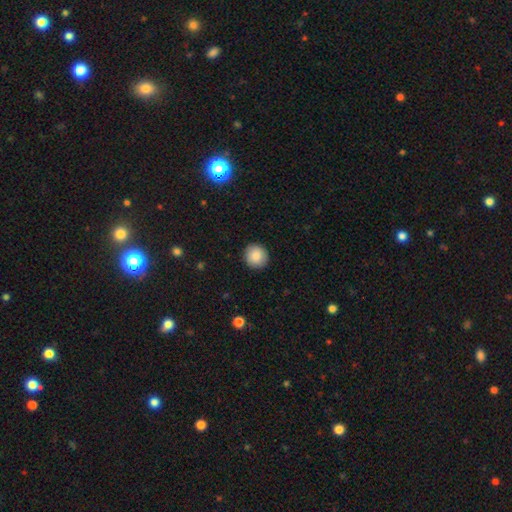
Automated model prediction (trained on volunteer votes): Q: Smooth or featured?
A: smooth (87%); runner-up: star or artifact (7%)
Q: How rounded?
A: round (93%); runner-up: in between (6%)
Q: Merging?
A: none (92%); runner-up: minor disturbance (6%)